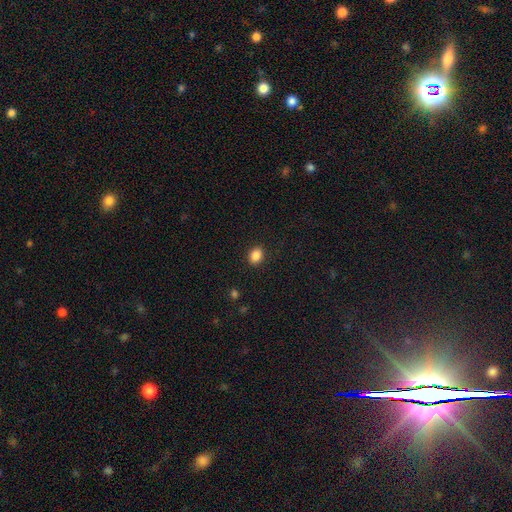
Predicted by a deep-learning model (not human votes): Smooth or featured? Predicted: smooth (p=0.86). How rounded? Predicted: in between (p=0.52). Merging? Predicted: none (p=0.90).